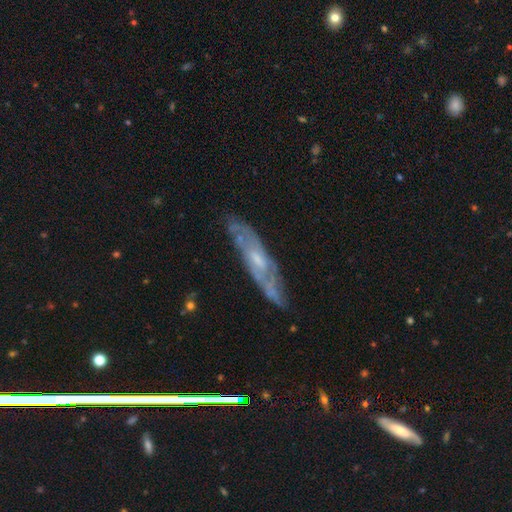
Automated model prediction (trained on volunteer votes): This is likely a featured or disk galaxy (70%). It is possibly not viewed edge-on (54%). Merging: likely none (77%).